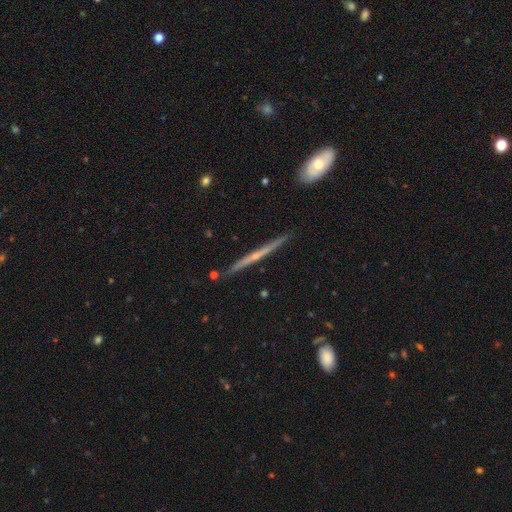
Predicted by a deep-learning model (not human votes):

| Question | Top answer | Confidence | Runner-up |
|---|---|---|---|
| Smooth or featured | featured or disk | 75% | smooth (19%) |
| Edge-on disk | yes | 98% | no (2%) |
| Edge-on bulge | rounded | 52% | none (43%) |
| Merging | none | 89% | minor disturbance (8%) |